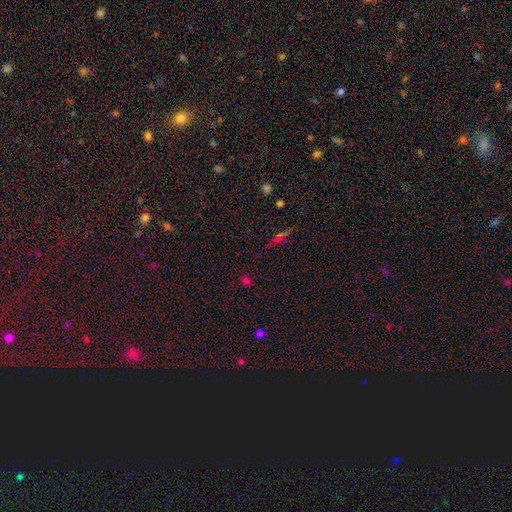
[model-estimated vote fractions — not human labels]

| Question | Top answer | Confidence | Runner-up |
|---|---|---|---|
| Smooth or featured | star or artifact | 49% | smooth (38%) |